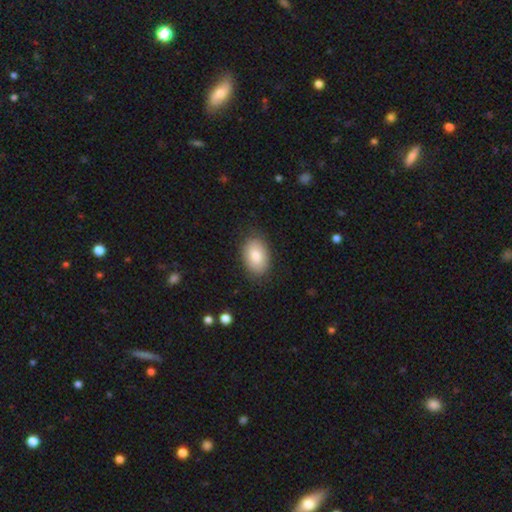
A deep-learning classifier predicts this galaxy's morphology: This is clearly a smooth galaxy (84%). How rounded: clearly in between (89%). Merging: clearly none (83%).